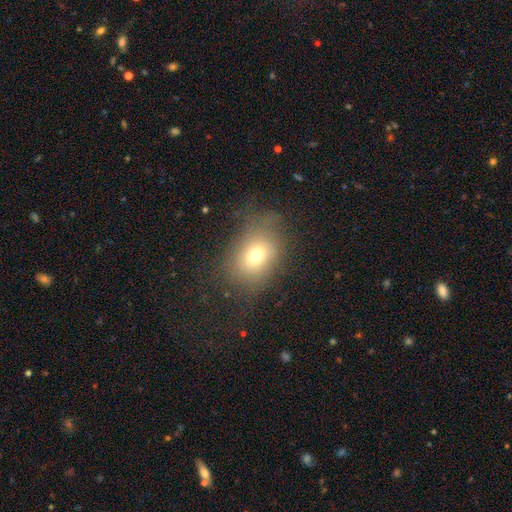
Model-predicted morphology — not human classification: This is likely a smooth galaxy (68%). How rounded: possibly in between (58%). Merging: likely none (65%).